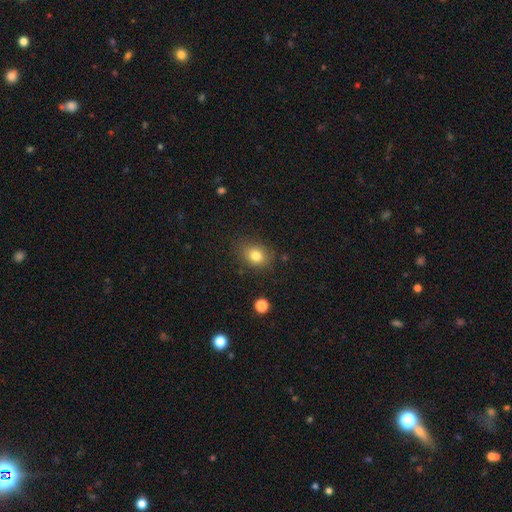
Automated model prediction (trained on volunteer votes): Smooth or featured?
  - smooth: 81% *
  - star or artifact: 11%
  - featured or disk: 8%
How rounded?
  - in between: 54% *
  - round: 45%
  - cigar-shaped: 1%
Merging?
  - none: 79% *
  - minor disturbance: 15%
  - major disturbance: 4%
  - merger: 2%